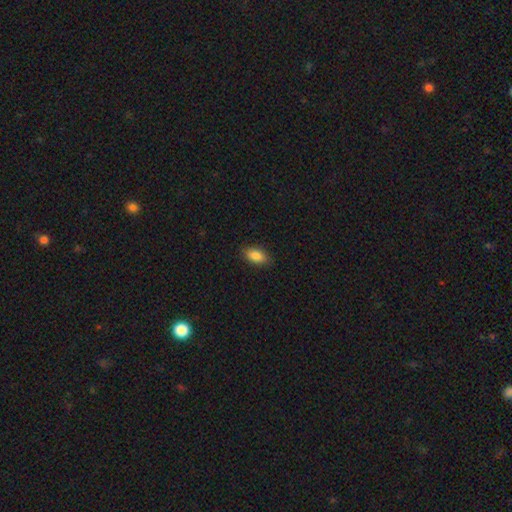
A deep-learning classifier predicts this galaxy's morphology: Overall: smooth (87%). How rounded: in between (91%). Merging: none (87%).